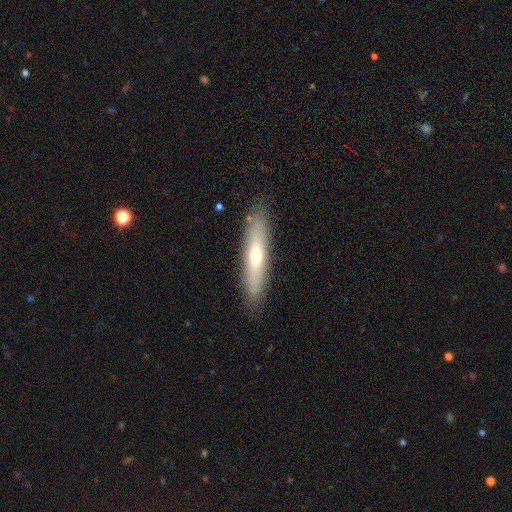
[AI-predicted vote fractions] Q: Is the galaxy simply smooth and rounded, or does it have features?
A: smooth — 54%.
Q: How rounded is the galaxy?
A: cigar-shaped — 83%.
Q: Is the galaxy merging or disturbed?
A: none — 87%.